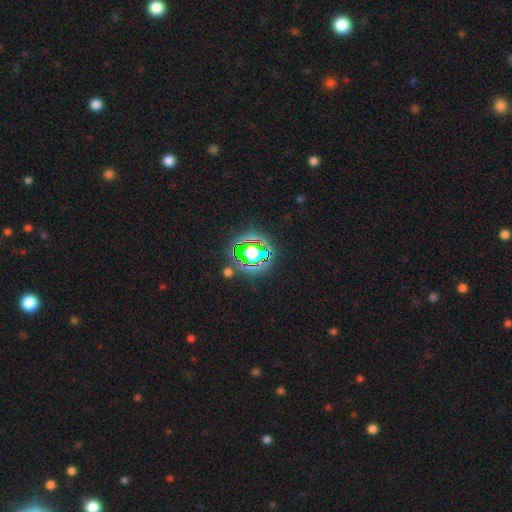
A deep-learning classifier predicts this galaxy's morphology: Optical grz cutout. It shows a star or artifact, not a galaxy (63%).